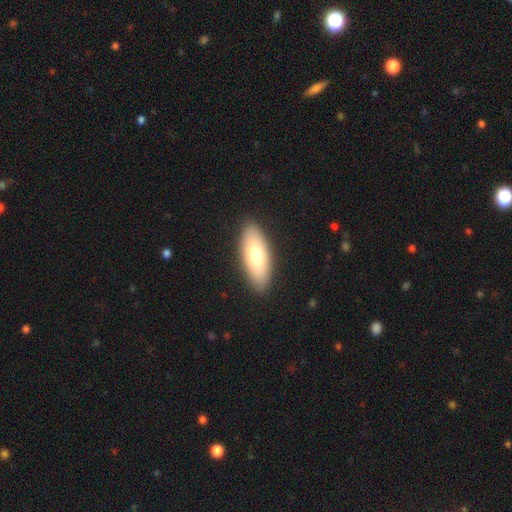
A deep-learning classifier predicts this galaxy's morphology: smooth 75%, featured or disk 19%, star or artifact 6%. Down the decision tree: how rounded — in between (77%); merging — none (90%).